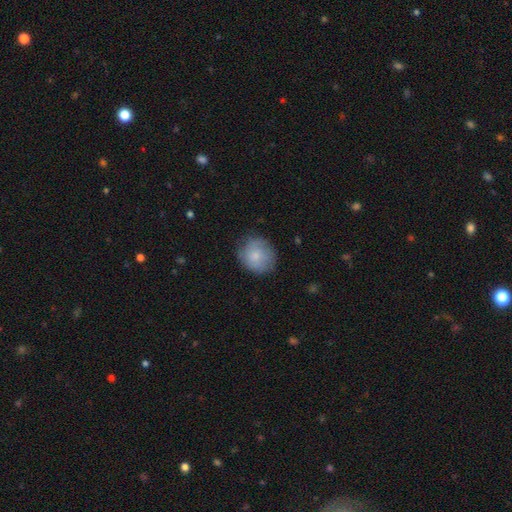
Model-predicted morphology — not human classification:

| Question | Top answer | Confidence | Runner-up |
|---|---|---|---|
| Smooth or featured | smooth | 77% | featured or disk (17%) |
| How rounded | round | 78% | in between (21%) |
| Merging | none | 75% | minor disturbance (19%) |